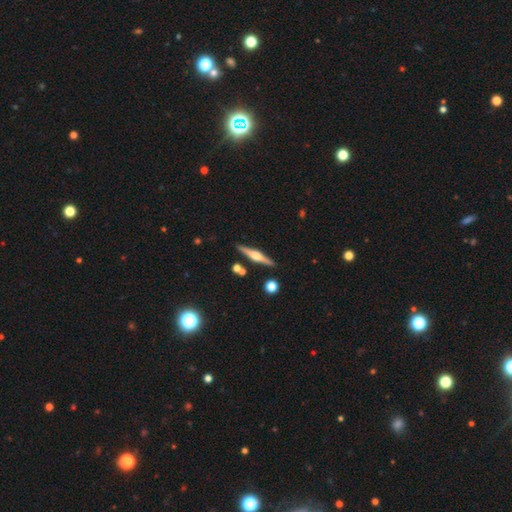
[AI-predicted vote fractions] A featured or disk galaxy (75%) viewed edge-on (98%) with a rounded central bulge (89%).

Vote fractions:
- Smooth or featured? featured or disk: 75% / smooth: 19% / star or artifact: 6%
- Edge-on disk? yes: 98% / no: 2%
- Edge-on bulge? rounded: 89% / boxy: 8% / none: 3%
- Merging? none: 87% / minor disturbance: 7% / merger: 4% / major disturbance: 2%